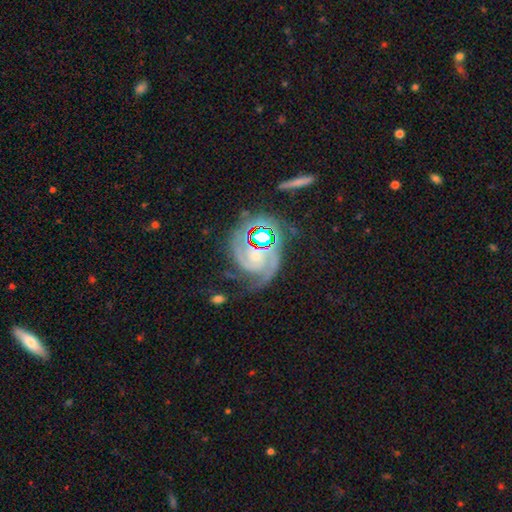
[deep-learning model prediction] Smooth or featured: featured or disk — 86% (star or artifact — 9%)
Edge-on disk: no — 98% (yes — 2%)
Bar: no — 60% (weak — 29%)
Spiral arms: yes — 98% (no — 2%)
Spiral winding: tight — 48% (medium — 43%)
Spiral arm count: 2 — 75% (3 — 10%)
Bulge size: small — 53% (moderate — 33%)
Merging: none — 58% (minor disturbance — 20%)